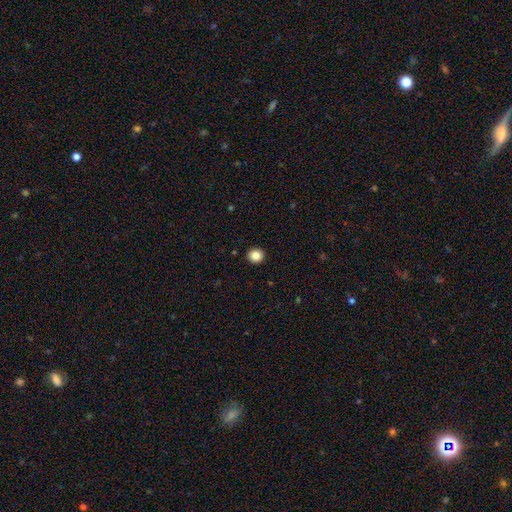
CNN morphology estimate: Smooth or featured: smooth — 85% (star or artifact — 10%)
How rounded: round — 89% (in between — 10%)
Merging: none — 93% (minor disturbance — 4%)